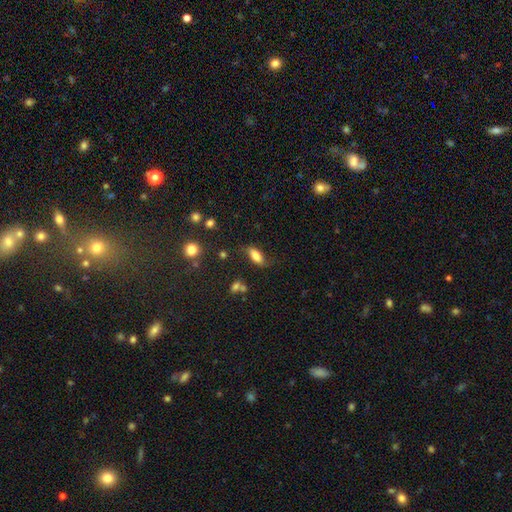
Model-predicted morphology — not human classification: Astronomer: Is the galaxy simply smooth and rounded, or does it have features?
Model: smooth — 75%.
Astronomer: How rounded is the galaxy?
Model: in between — 82%.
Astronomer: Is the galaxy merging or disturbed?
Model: none — 67%.